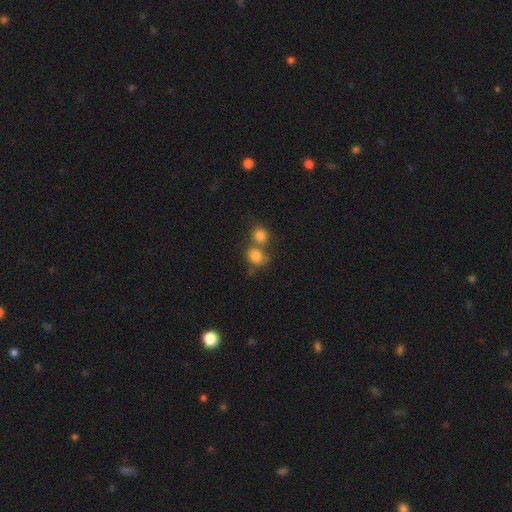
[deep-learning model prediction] This is clearly a smooth galaxy (81%). How rounded: likely round (68%). Merging: possibly merger (48%).